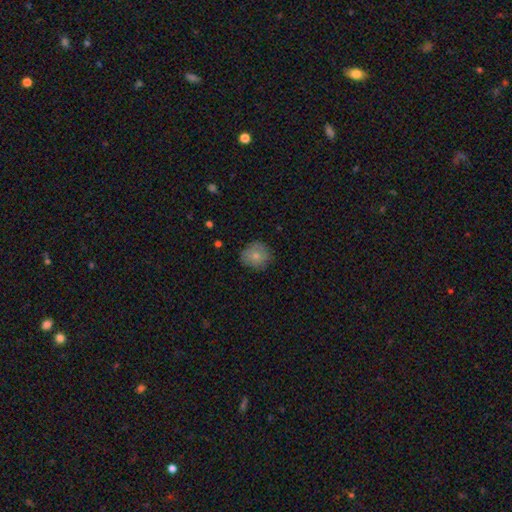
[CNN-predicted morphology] The model was most divided on "merging": none: 78%, minor disturbance: 18%, major disturbance: 4%, merger: 1%. More confident: how rounded — round (83%); smooth or featured — smooth (79%).